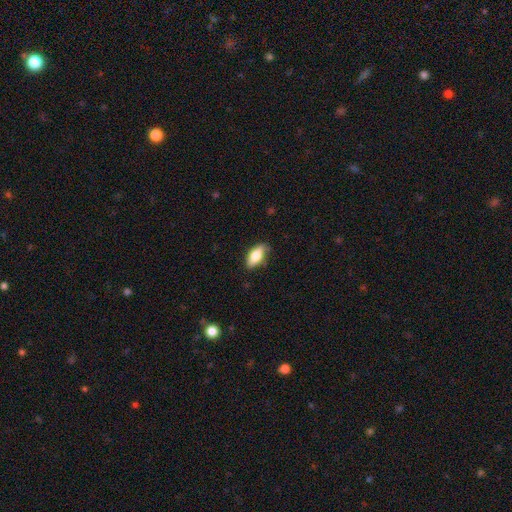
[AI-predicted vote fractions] Smooth or featured: smooth — 70% (featured or disk — 23%)
How rounded: in between — 81% (cigar-shaped — 15%)
Merging: none — 77% (minor disturbance — 18%)